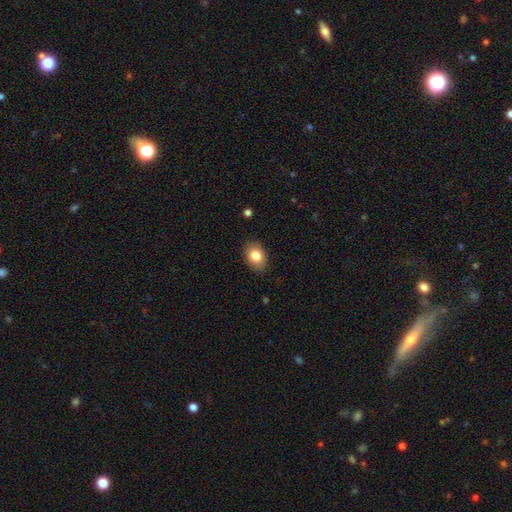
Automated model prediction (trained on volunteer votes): Smooth or featured? smooth (83%)
How rounded? in between (75%)
Merging? none (87%)